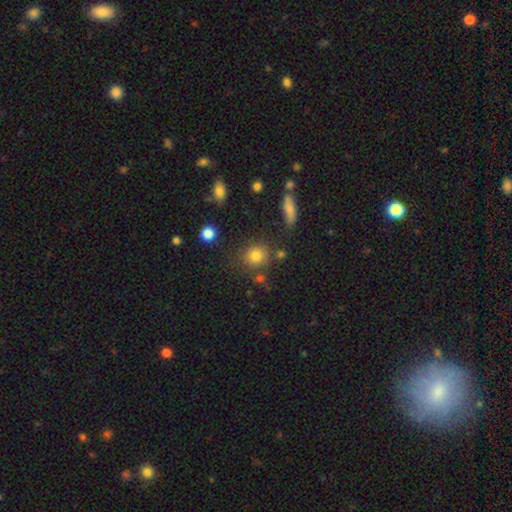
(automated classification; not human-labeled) Smooth or featured?
  - smooth: 78% *
  - star or artifact: 14%
  - featured or disk: 9%
How rounded?
  - round: 82% *
  - in between: 17%
  - cigar-shaped: 2%
Merging?
  - none: 76% *
  - minor disturbance: 12%
  - merger: 8%
  - major disturbance: 4%